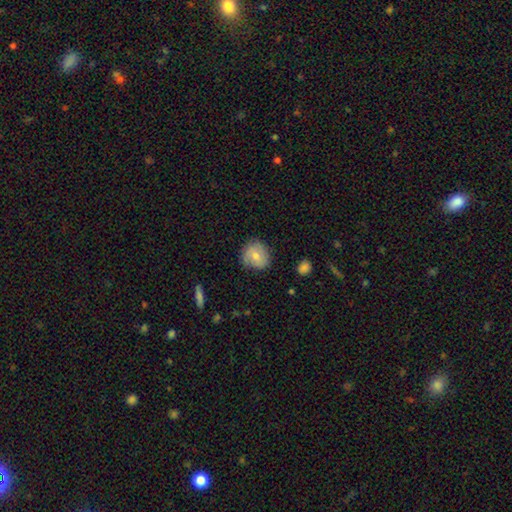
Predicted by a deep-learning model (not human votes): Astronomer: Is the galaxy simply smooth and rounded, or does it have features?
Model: smooth — 70%.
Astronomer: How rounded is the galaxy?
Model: round — 78%.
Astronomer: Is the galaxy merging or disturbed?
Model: none — 73%.